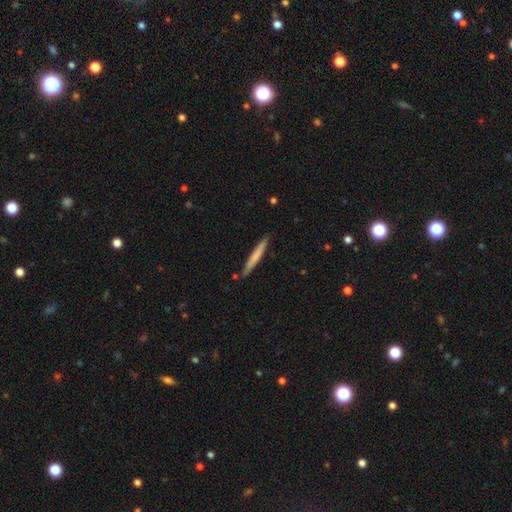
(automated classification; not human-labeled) Smooth or featured? smooth (66%)
How rounded? cigar-shaped (96%)
Merging? none (87%)